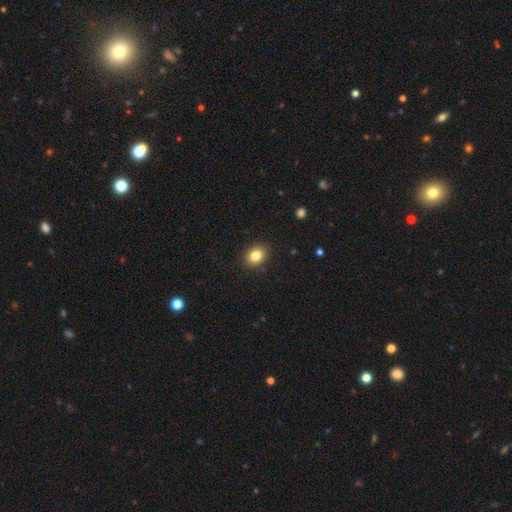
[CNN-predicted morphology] type=smooth (83%); roundness=round (54%); merging=none (90%).